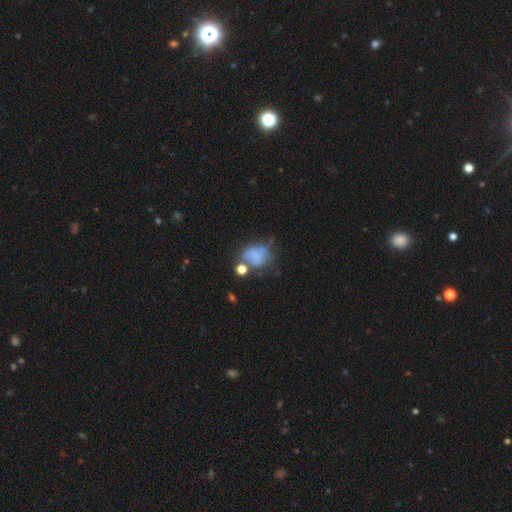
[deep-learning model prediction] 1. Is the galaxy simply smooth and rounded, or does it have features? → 59% smooth, 28% featured or disk, 13% star or artifact.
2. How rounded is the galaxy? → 54% round, 45% in between, 1% cigar-shaped.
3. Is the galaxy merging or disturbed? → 35% none, 24% minor disturbance, 21% major disturbance, 20% merger.